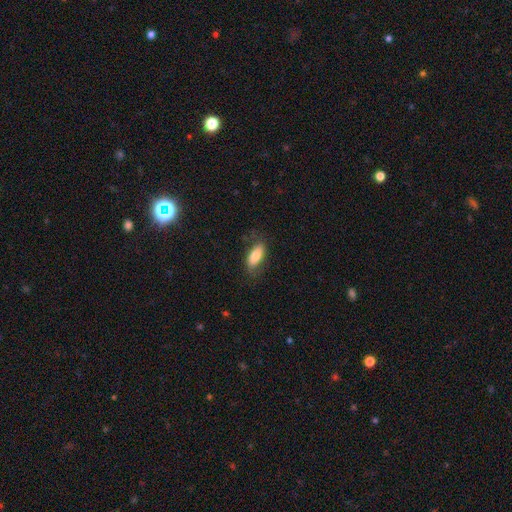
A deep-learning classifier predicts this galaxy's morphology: Overall: smooth (77%). How rounded: in between (82%). Merging: none (72%).